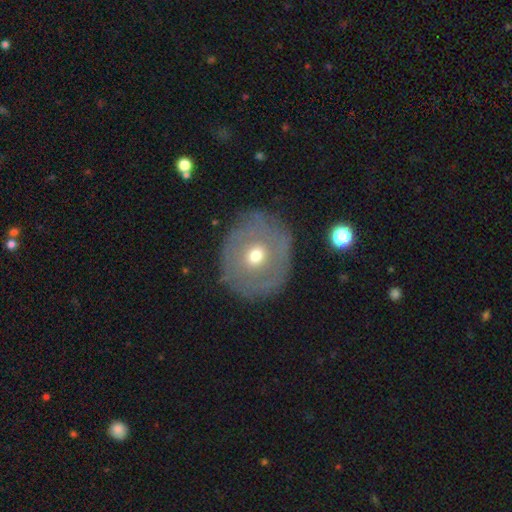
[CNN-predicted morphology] smooth_or_featured: featured or disk (p=0.48) [alt: smooth p=0.44]
merging: none (p=0.76) [alt: minor disturbance p=0.15]